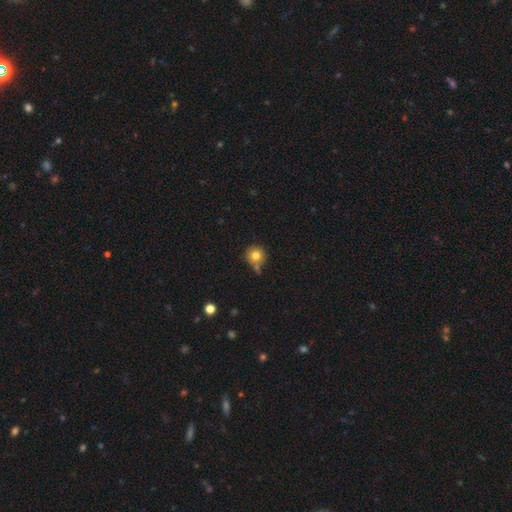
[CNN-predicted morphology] This appears to be a smooth galaxy with no disk features (78%) that is round (92%). Merging: none (64%).